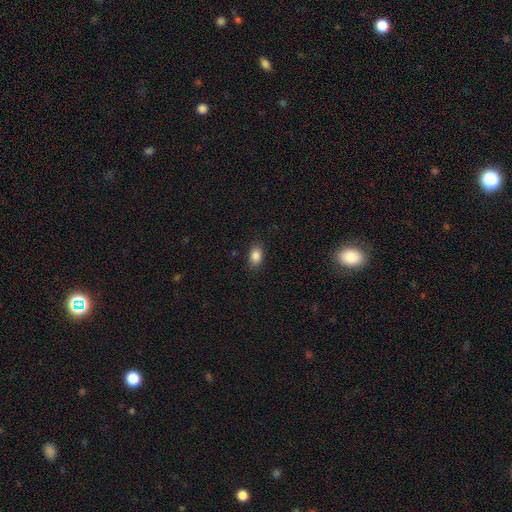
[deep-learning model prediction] Smooth or featured?
  - smooth: 86% *
  - star or artifact: 9%
  - featured or disk: 5%
How rounded?
  - in between: 80% *
  - round: 18%
  - cigar-shaped: 2%
Merging?
  - none: 85% *
  - minor disturbance: 12%
  - major disturbance: 3%
  - merger: 1%